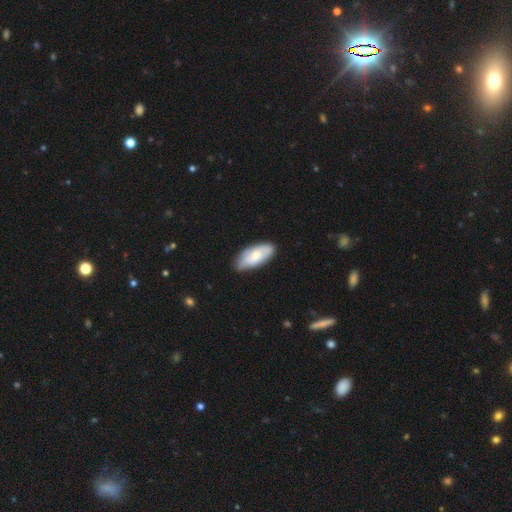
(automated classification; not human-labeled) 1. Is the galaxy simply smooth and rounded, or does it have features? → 64% smooth, 30% featured or disk, 5% star or artifact.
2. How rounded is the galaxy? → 88% in between, 10% cigar-shaped, 2% round.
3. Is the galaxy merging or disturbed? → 75% none, 20% minor disturbance, 3% major disturbance, 1% merger.